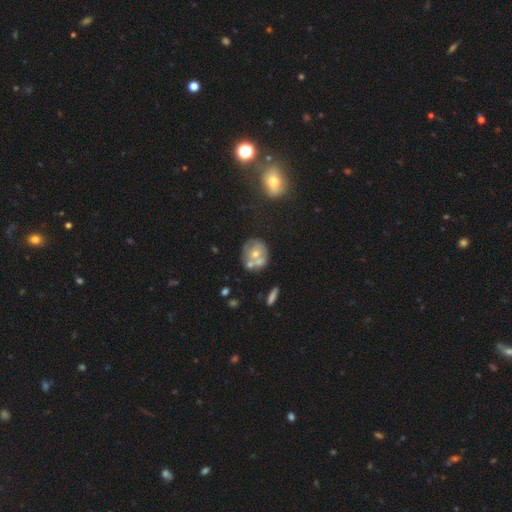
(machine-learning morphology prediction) This is possibly a featured or disk galaxy (50%). It is clearly not viewed edge-on (96%). Merging: marginally none (39%).